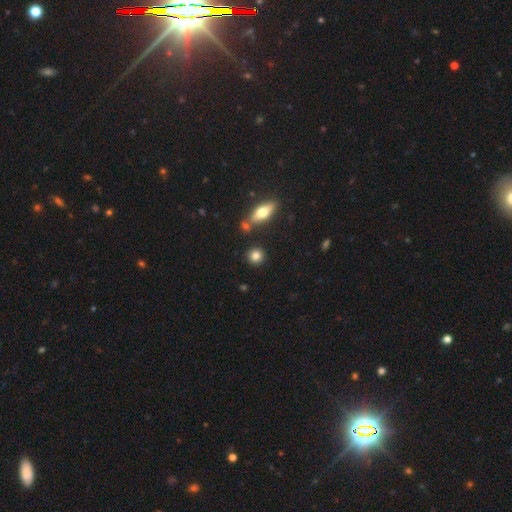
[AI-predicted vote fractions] Overall: smooth (83%). How rounded: round (86%). Merging: none (85%).